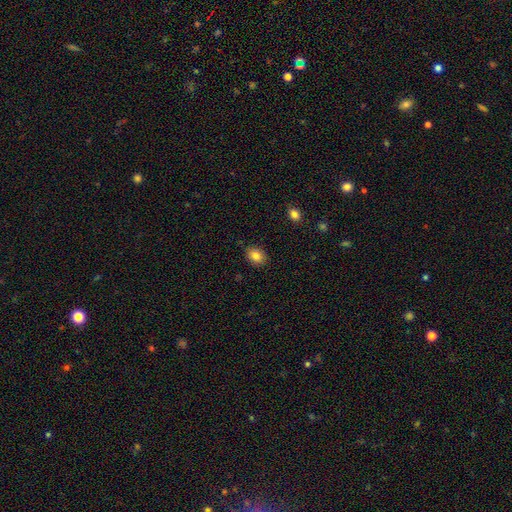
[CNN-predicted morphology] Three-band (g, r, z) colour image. It shows a smooth galaxy with no disk features (84%) that is in between round and cigar-shaped (68%). Merging: none (86%).